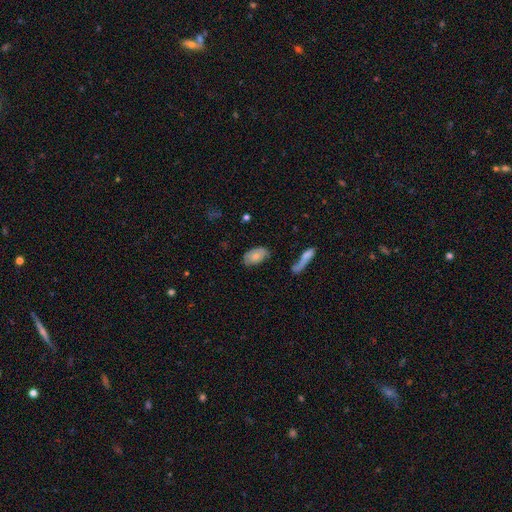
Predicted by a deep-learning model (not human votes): Smooth or featured? Predicted: smooth (p=0.73). How rounded? Predicted: in between (p=0.92). Merging? Predicted: none (p=0.63).